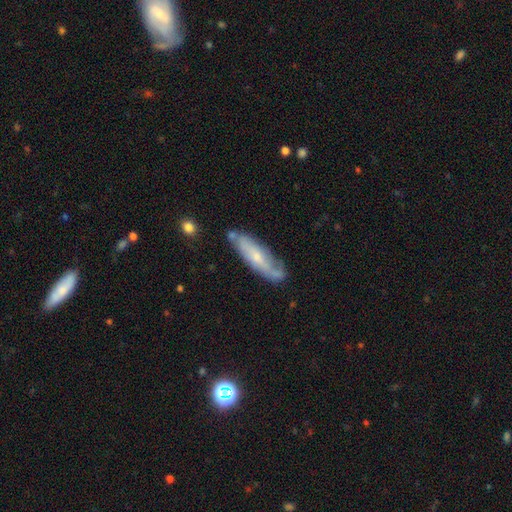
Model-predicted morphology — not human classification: Smooth or featured?
  - featured or disk: 57% *
  - smooth: 36%
  - star or artifact: 7%
Edge-on disk?
  - no: 65% *
  - yes: 35%
Merging?
  - none: 67% *
  - minor disturbance: 23%
  - major disturbance: 6%
  - merger: 5%